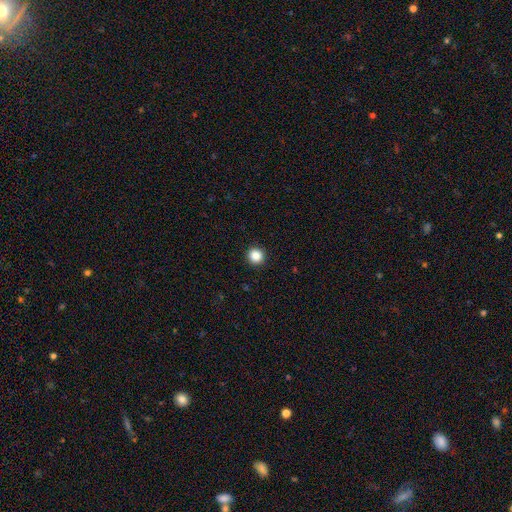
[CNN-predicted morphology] Q: Smooth or featured?
A: smooth (86%); runner-up: star or artifact (11%)
Q: How rounded?
A: round (95%); runner-up: in between (4%)
Q: Merging?
A: none (93%); runner-up: minor disturbance (4%)